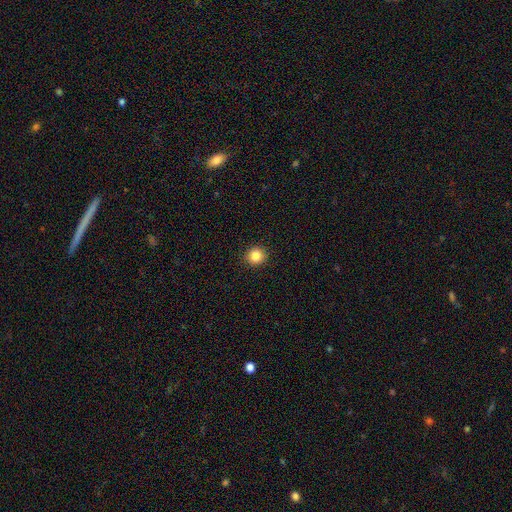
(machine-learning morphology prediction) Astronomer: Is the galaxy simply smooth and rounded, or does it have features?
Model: smooth — 84%.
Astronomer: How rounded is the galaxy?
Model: round — 91%.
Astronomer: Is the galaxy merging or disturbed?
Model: none — 92%.